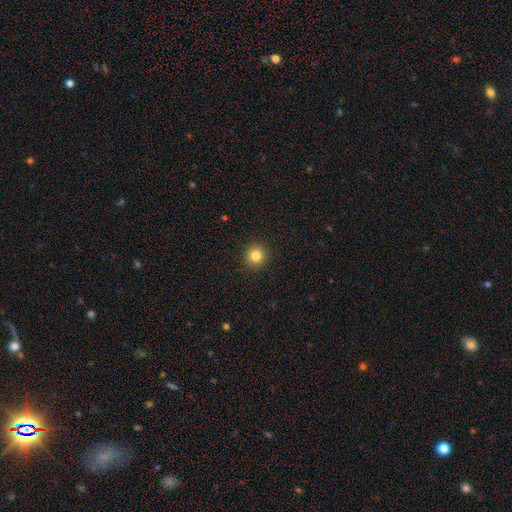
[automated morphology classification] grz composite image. It shows a smooth galaxy with no disk features (82%) that is round (94%). Merging: none (93%).